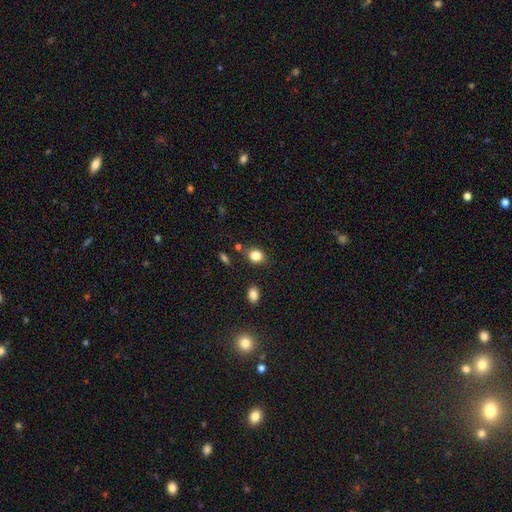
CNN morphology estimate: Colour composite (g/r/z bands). It shows a smooth galaxy with no disk features (83%) that is round (58%). Merging: none (79%).